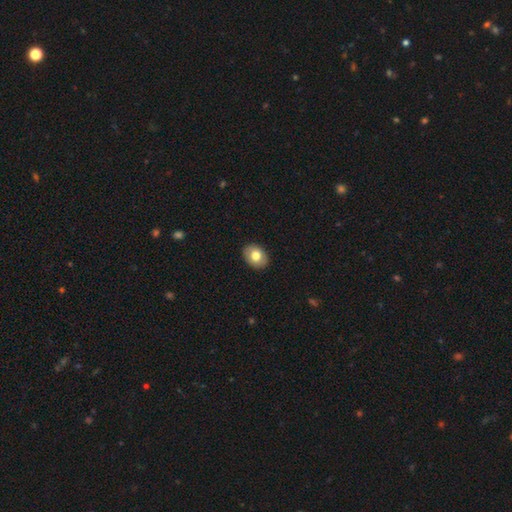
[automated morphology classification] Smooth or featured? Predicted: smooth (p=0.78). How rounded? Predicted: in between (p=0.69). Merging? Predicted: none (p=0.90).